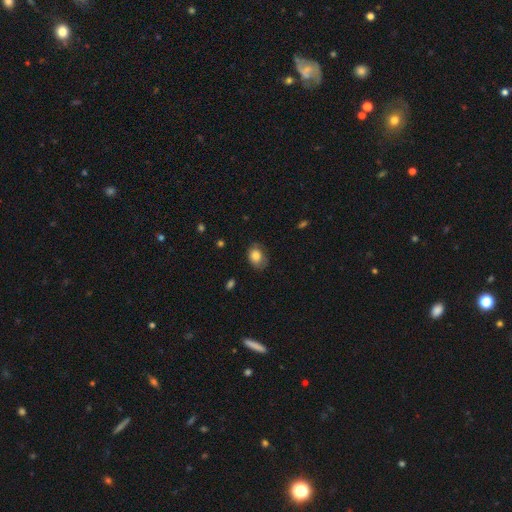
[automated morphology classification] The model was most divided on "how rounded": in between: 67%, round: 32%, cigar-shaped: 1%. More confident: smooth or featured — smooth (78%); merging — none (63%).